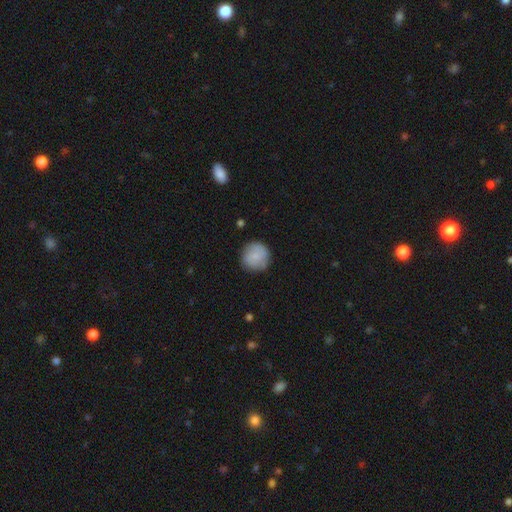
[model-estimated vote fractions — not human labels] This appears to be a smooth galaxy with no disk features (82%) that is round (94%). Merging: none (83%).